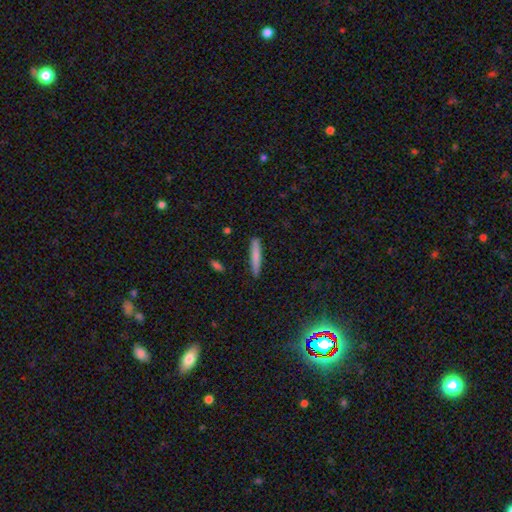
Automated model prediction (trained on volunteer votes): Q: Smooth or featured?
A: smooth (76%); runner-up: featured or disk (17%)
Q: How rounded?
A: cigar-shaped (93%); runner-up: in between (5%)
Q: Merging?
A: none (89%); runner-up: minor disturbance (8%)